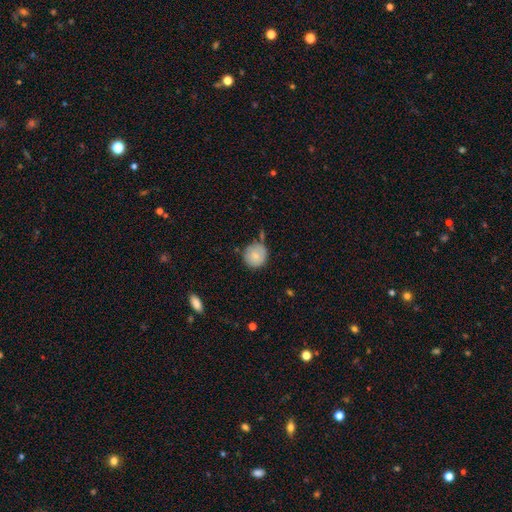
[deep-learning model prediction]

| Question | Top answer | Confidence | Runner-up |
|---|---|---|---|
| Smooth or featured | smooth | 80% | featured or disk (12%) |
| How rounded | round | 90% | in between (9%) |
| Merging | none | 69% | minor disturbance (19%) |